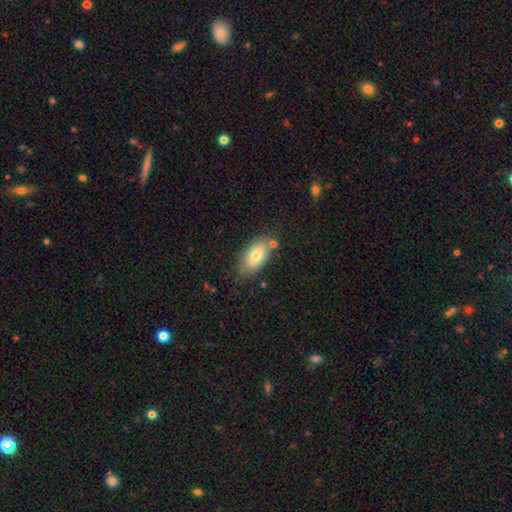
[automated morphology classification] The model was most divided on "smooth or featured": smooth: 76%, featured or disk: 16%, star or artifact: 7%. More confident: how rounded — in between (90%); merging — none (75%).